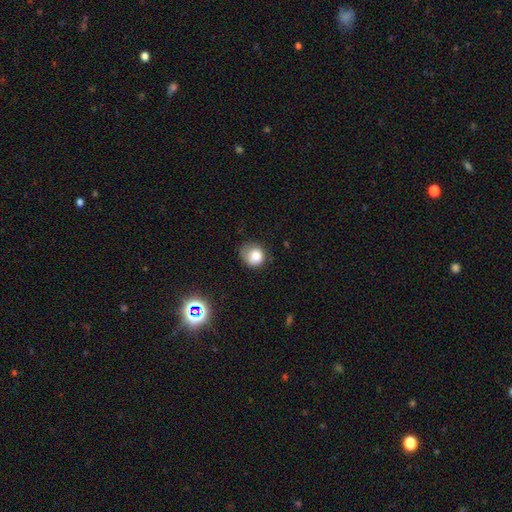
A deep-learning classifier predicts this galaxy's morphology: smooth-or-featured: smooth: 78% | star or artifact: 11% | featured or disk: 11%
  how-rounded: round: 77% | in between: 22% | cigar-shaped: 1%
  merging: none: 53% | minor disturbance: 31% | major disturbance: 13% | merger: 3%